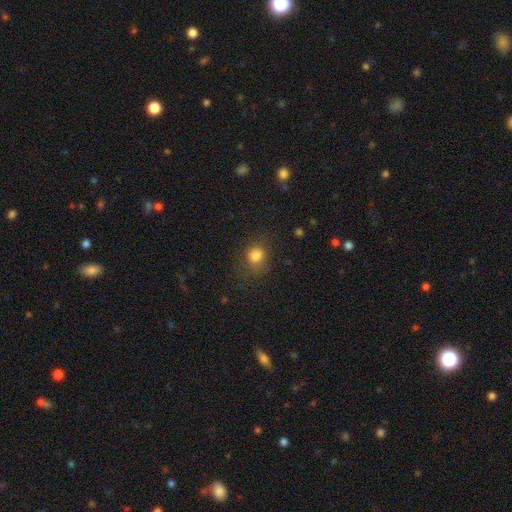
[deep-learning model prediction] Smooth or featured? smooth (79%)
How rounded? round (62%)
Merging? none (64%)